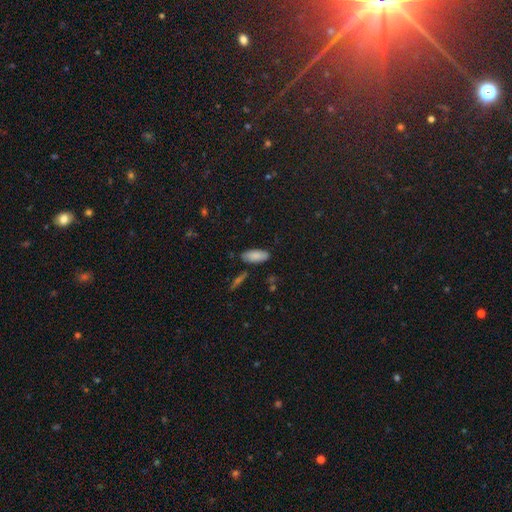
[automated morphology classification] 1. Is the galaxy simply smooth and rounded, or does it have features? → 84% smooth, 9% featured or disk, 7% star or artifact.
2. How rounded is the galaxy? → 86% in between, 12% cigar-shaped, 2% round.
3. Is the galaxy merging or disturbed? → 80% none, 14% minor disturbance, 3% merger, 3% major disturbance.